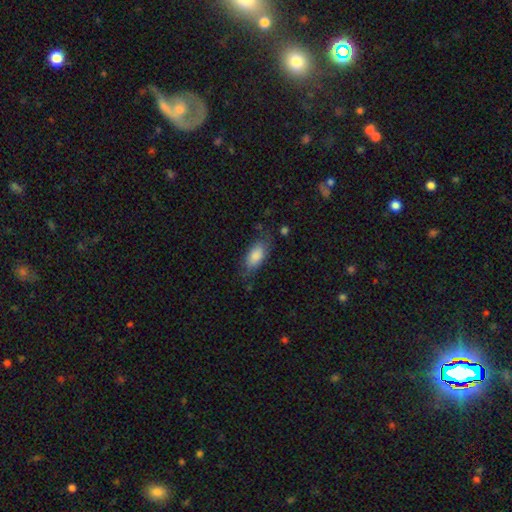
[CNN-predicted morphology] Smooth or featured?
  - smooth: 84% *
  - featured or disk: 10%
  - star or artifact: 7%
How rounded?
  - in between: 86% *
  - cigar-shaped: 11%
  - round: 3%
Merging?
  - none: 66% *
  - minor disturbance: 24%
  - major disturbance: 8%
  - merger: 2%